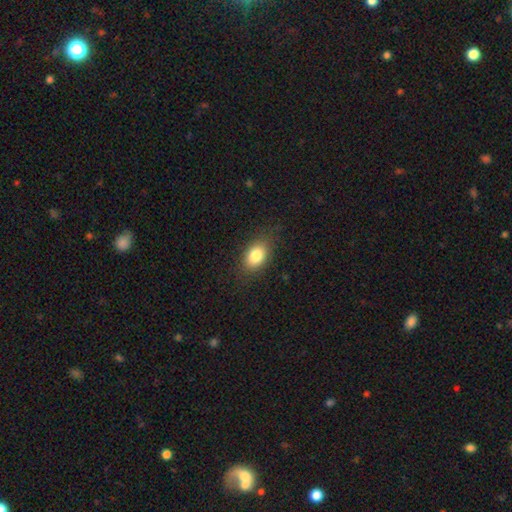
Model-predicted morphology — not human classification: This appears to be a smooth galaxy with no disk features (82%) that is in between round and cigar-shaped (82%). Merging: none (82%).